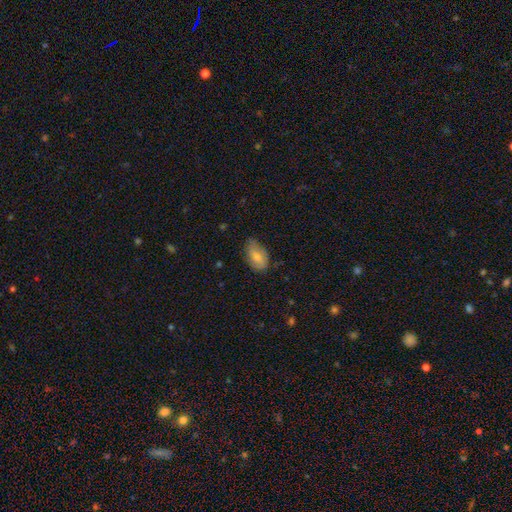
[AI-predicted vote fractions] This appears to be a smooth galaxy with no disk features (67%) that is in between round and cigar-shaped (90%). Merging: none (65%).